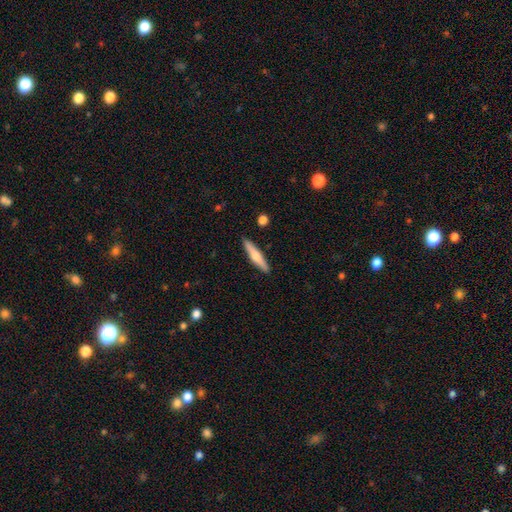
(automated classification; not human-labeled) Morphology: type=smooth (53%); roundness=cigar-shaped (86%); merging=none (90%).